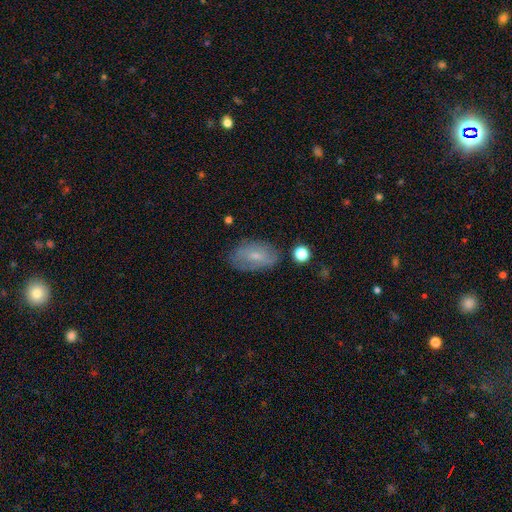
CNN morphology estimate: The model was most divided on "smooth or featured": smooth: 56%, featured or disk: 36%, star or artifact: 9%. More confident: how rounded — in between (91%); merging — none (69%).